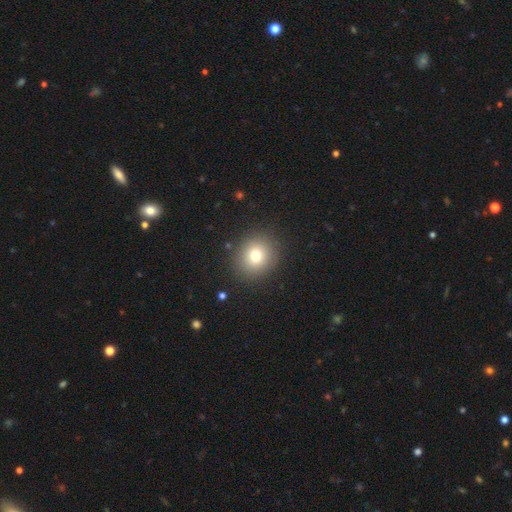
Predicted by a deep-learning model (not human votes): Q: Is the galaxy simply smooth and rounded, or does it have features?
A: smooth — 76%.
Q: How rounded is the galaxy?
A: round — 83%.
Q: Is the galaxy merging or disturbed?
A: none — 88%.